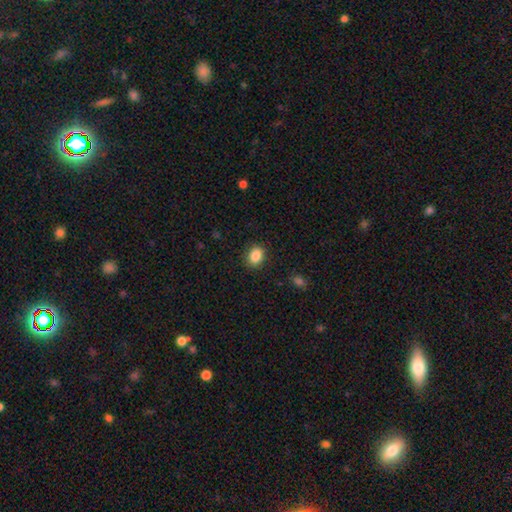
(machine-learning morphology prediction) This appears to be a smooth galaxy with no disk features (87%) that is in between round and cigar-shaped (55%). Merging: none (88%).